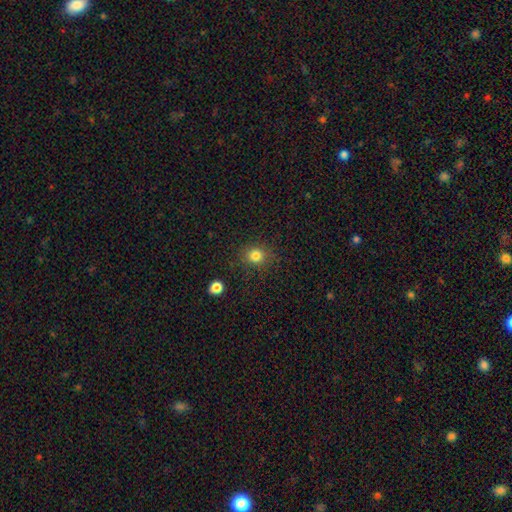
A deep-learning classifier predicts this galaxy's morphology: Q: Smooth or featured?
A: smooth (82%); runner-up: star or artifact (12%)
Q: How rounded?
A: round (78%); runner-up: in between (21%)
Q: Merging?
A: none (85%); runner-up: minor disturbance (10%)